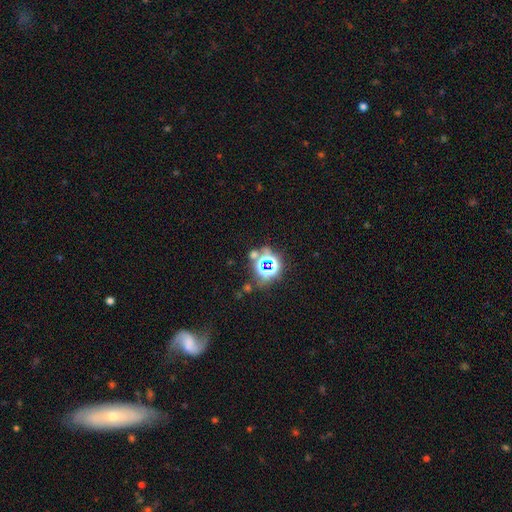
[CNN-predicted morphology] Smooth or featured?
  - star or artifact: 65% *
  - smooth: 20%
  - featured or disk: 15%